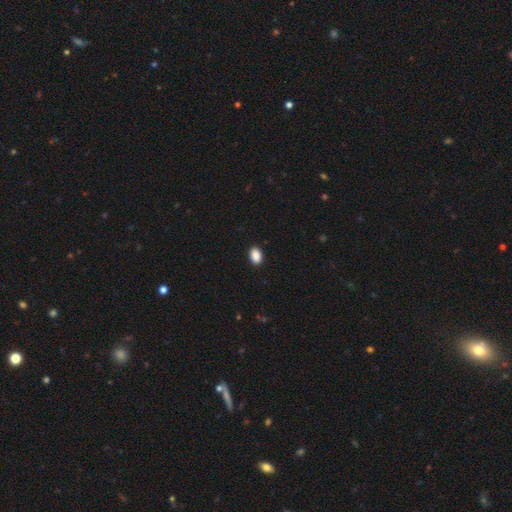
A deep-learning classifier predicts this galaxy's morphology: This is clearly a smooth galaxy (90%). How rounded: clearly in between (86%). Merging: clearly none (91%).